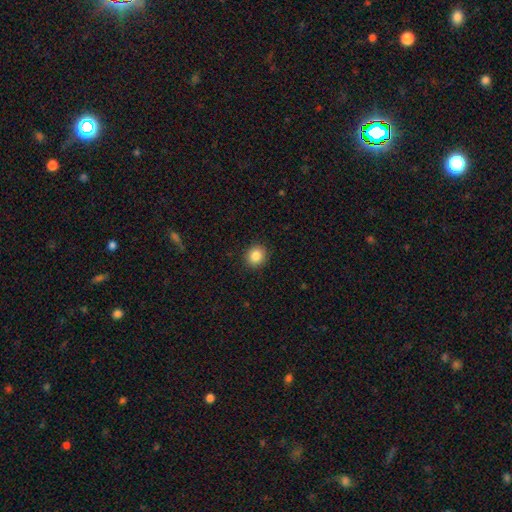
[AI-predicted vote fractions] smooth_or_featured: smooth (p=0.86) [alt: star or artifact p=0.09]
how_rounded: round (p=0.85) [alt: in between p=0.14]
merging: none (p=0.91) [alt: minor disturbance p=0.06]